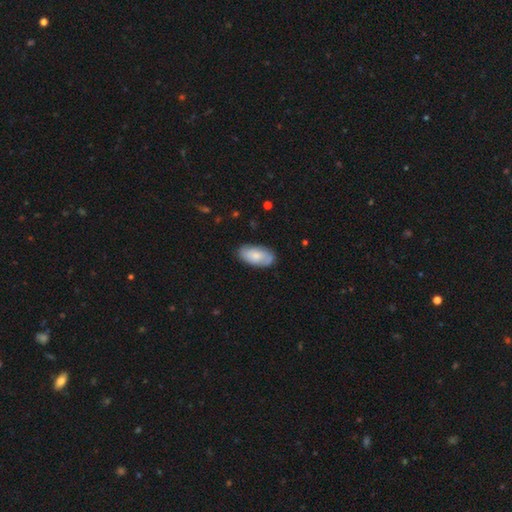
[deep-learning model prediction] Smooth or featured? Predicted: smooth (p=0.65). How rounded? Predicted: in between (p=0.94). Merging? Predicted: none (p=0.82).